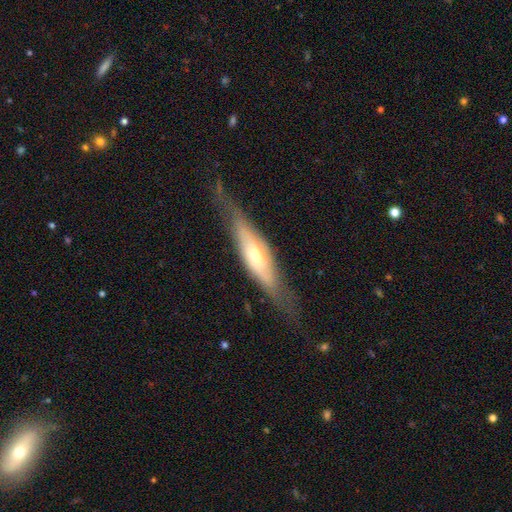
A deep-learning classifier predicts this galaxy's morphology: Smooth or featured? featured or disk (64%)
Edge-on disk? yes (70%)
Merging? none (69%)